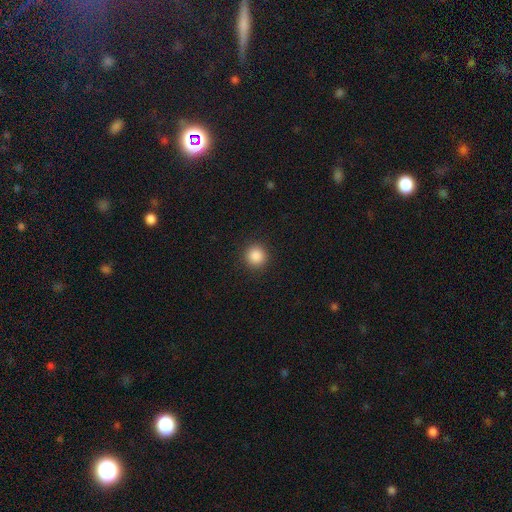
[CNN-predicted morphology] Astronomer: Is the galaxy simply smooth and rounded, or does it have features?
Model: smooth — 87%.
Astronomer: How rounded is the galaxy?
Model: round — 94%.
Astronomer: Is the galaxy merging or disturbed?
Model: none — 92%.